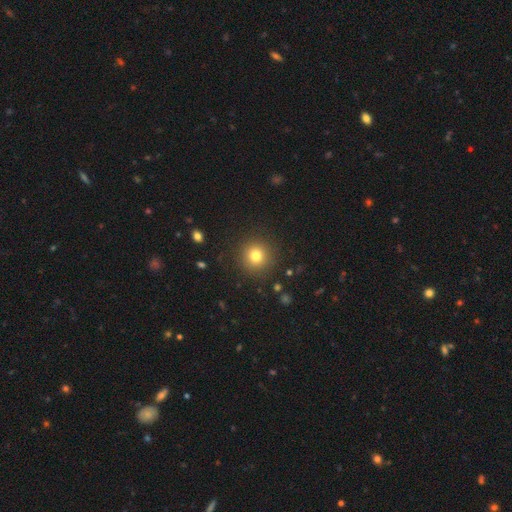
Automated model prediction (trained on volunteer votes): Smooth or featured: smooth — 79% (star or artifact — 13%)
How rounded: round — 93% (in between — 6%)
Merging: none — 89% (minor disturbance — 6%)